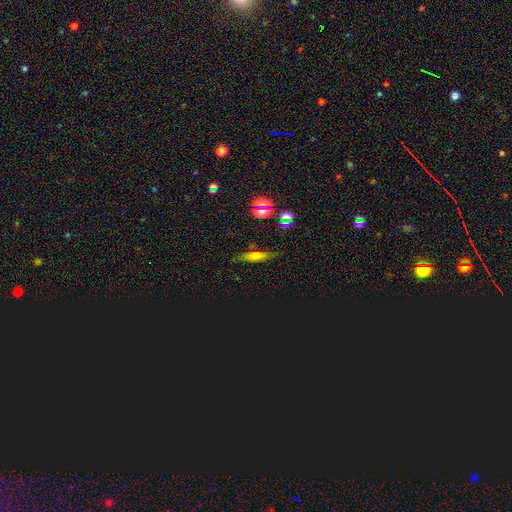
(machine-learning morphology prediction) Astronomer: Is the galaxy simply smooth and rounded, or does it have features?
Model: smooth — 54%.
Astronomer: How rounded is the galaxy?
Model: cigar-shaped — 66%.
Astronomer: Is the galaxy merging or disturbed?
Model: none — 79%.